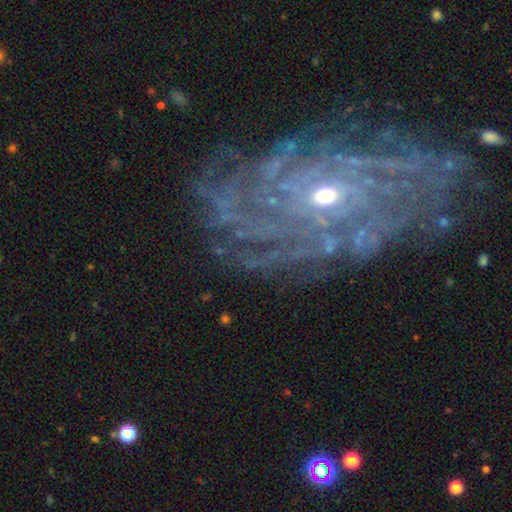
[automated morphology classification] Smooth or featured? Predicted: featured or disk (p=0.86). Edge-on disk? Predicted: no (p=0.95). Bar? Predicted: no (p=0.64). Spiral arms? Predicted: yes (p=0.94). Spiral winding? Predicted: tight (p=0.74). Spiral arm count? Predicted: more than 4 (p=0.34). Bulge size? Predicted: small (p=0.60). Merging? Predicted: none (p=0.73).